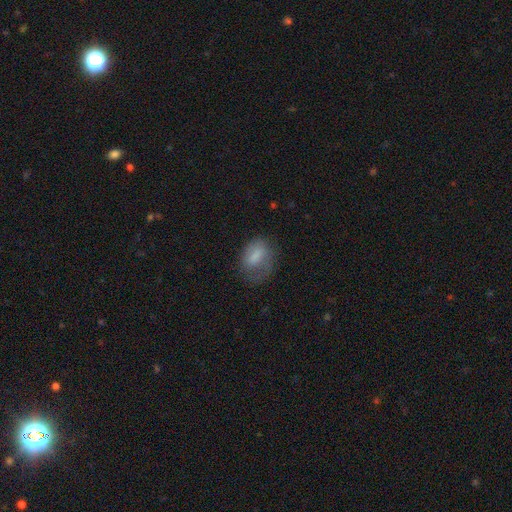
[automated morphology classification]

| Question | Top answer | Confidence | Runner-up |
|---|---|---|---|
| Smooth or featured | smooth | 69% | featured or disk (23%) |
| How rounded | in between | 78% | round (20%) |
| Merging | none | 48% | minor disturbance (27%) |